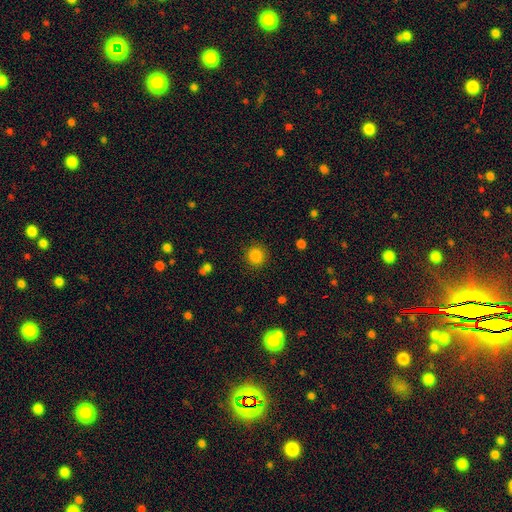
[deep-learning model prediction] A smooth galaxy with no disk features (85%) that is round (92%).

Vote fractions:
- Smooth or featured? smooth: 85% / star or artifact: 11% / featured or disk: 4%
- How rounded? round: 92% / in between: 7% / cigar-shaped: 1%
- Merging? none: 90% / minor disturbance: 6% / major disturbance: 3% / merger: 1%